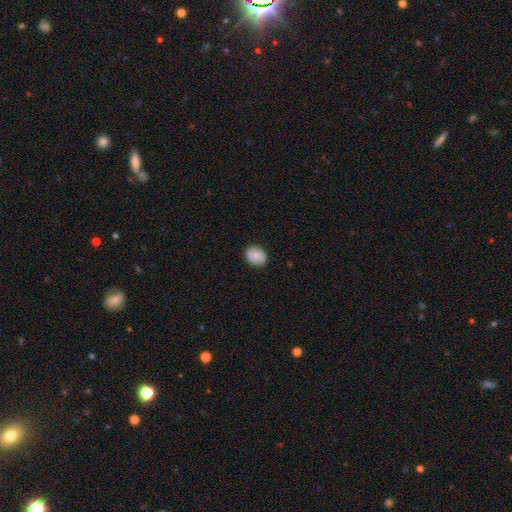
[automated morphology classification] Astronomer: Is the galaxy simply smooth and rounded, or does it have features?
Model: smooth — 74%.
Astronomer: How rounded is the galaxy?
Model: round — 53% (runner-up: in between, 46%).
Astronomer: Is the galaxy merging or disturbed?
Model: none — 86%.